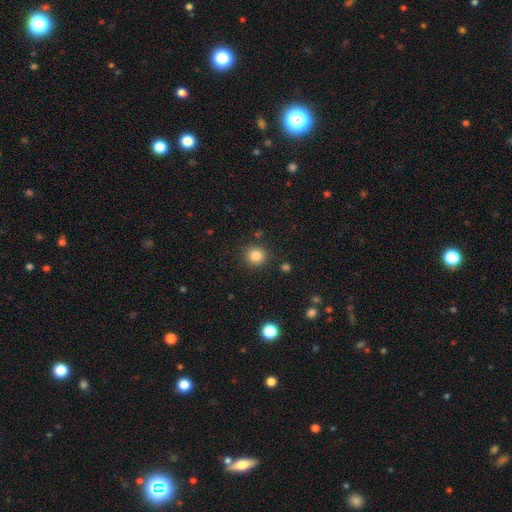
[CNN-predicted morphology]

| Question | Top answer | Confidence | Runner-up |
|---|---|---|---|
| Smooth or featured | smooth | 84% | star or artifact (11%) |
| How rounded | round | 91% | in between (8%) |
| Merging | none | 88% | minor disturbance (7%) |